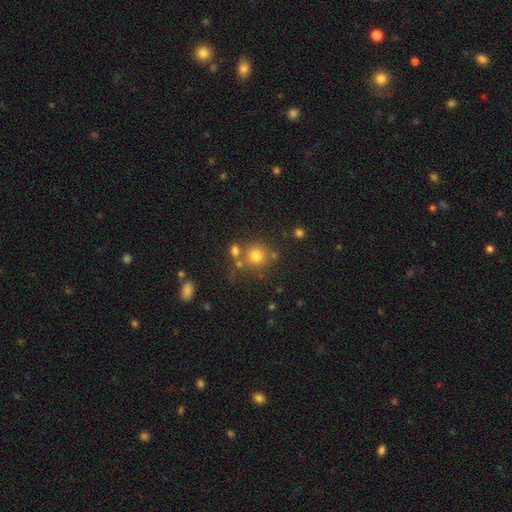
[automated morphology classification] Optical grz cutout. It shows a smooth galaxy with no disk features (75%) that is round (90%). Merging: none (67%).